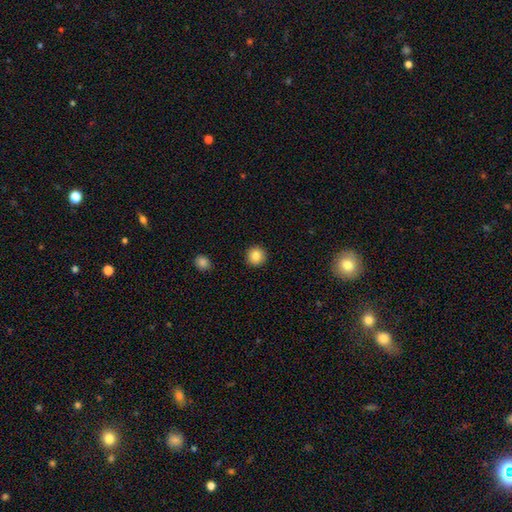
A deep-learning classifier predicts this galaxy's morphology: A smooth galaxy with no disk features (86%) that is round (94%). Merging: none (93%).